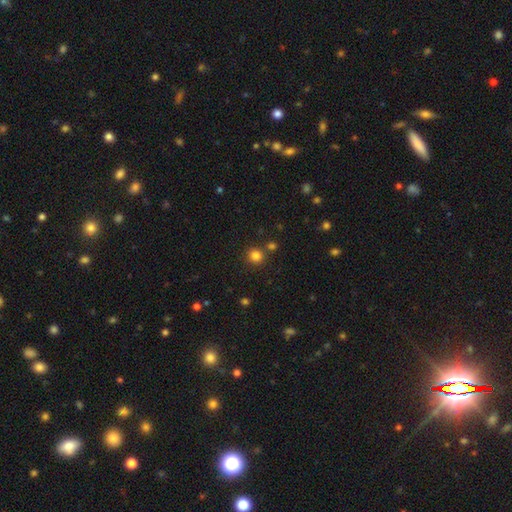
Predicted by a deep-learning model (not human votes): The model was most divided on "smooth or featured": smooth: 82%, star or artifact: 14%, featured or disk: 4%. More confident: how rounded — round (92%); merging — none (82%).